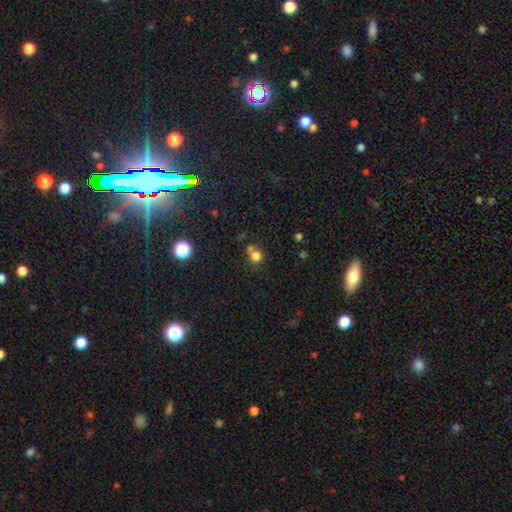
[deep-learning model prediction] A smooth galaxy with no disk features (76%) that is round (84%).

Vote fractions:
- Smooth or featured? smooth: 76% / star or artifact: 16% / featured or disk: 8%
- How rounded? round: 84% / in between: 14% / cigar-shaped: 1%
- Merging? none: 51% / merger: 34% / minor disturbance: 10% / major disturbance: 5%